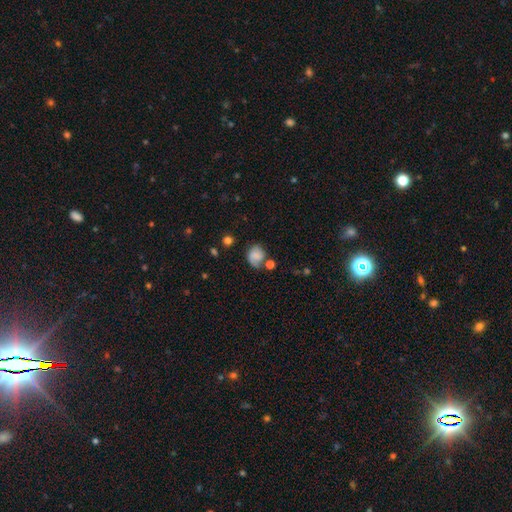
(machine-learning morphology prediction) Smooth or featured? Predicted: smooth (p=0.64). How rounded? Predicted: round (p=0.65). Merging? Predicted: none (p=0.49).